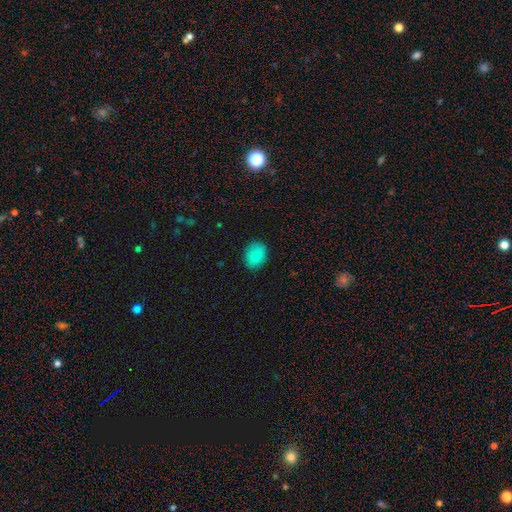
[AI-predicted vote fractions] The model was most divided on "how rounded": in between: 53%, round: 46%, cigar-shaped: 1%. More confident: merging — none (87%); smooth or featured — smooth (86%).